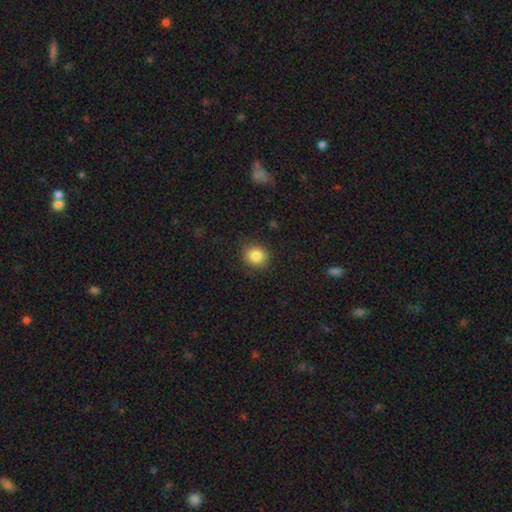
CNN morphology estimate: A smooth galaxy with no disk features (85%) that is round (82%). Merging: none (86%).